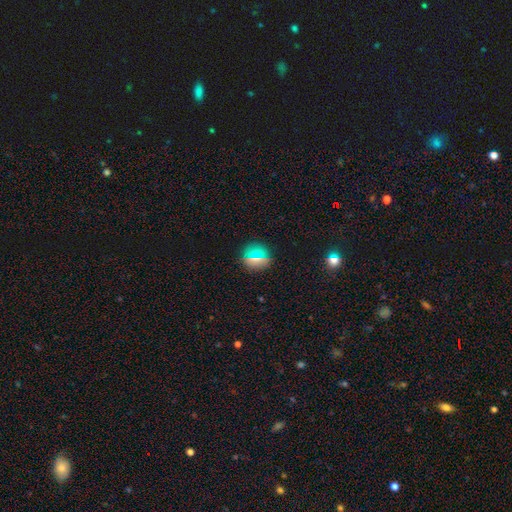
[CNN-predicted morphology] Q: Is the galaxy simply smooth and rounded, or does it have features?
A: smooth — 69%.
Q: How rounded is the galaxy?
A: round — 91%.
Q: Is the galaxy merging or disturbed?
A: none — 88%.